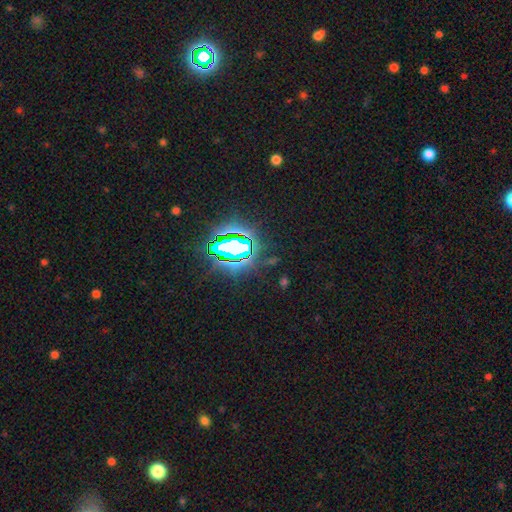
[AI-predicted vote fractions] A star or artifact, not a galaxy (83%).

Vote fractions:
- Smooth or featured? star or artifact: 83% / smooth: 11% / featured or disk: 6%